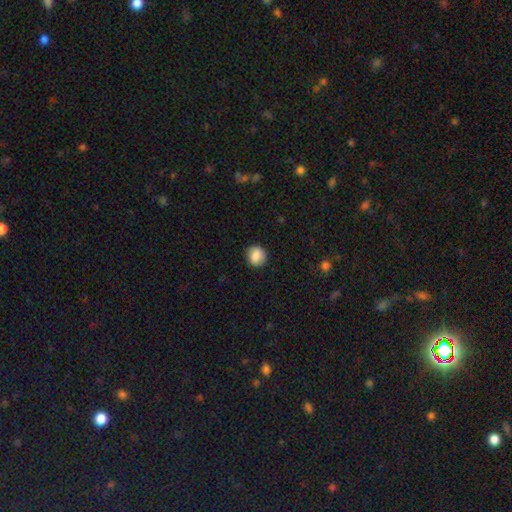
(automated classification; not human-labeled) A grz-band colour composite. It shows a smooth galaxy with no disk features (86%) that is round (85%). Merging: none (86%).